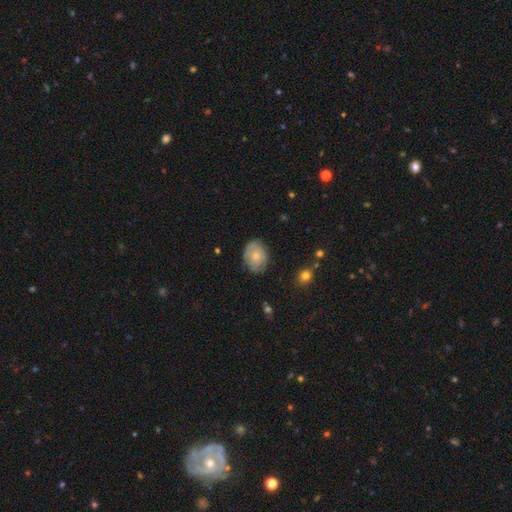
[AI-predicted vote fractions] Smooth or featured? smooth (63%)
How rounded? in between (61%)
Merging? none (72%)